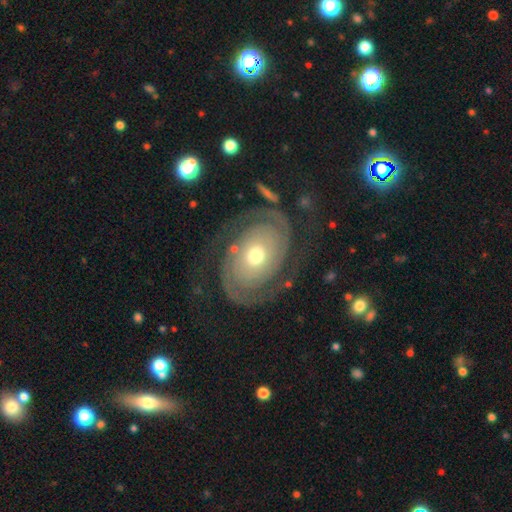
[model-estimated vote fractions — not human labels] The model was most divided on "bulge size": moderate: 61%, small: 31%, large: 6%, dominant: 2%, none: 1%. More confident: edge-on disk — no (97%); spiral arms — yes (97%); spiral arm count — 2 (90%); smooth or featured — featured or disk (89%); bar — no (79%); merging — none (75%); spiral winding — tight (66%).